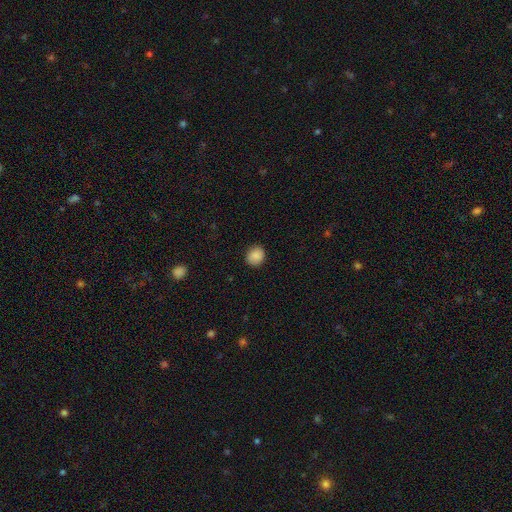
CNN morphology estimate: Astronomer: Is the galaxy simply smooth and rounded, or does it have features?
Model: smooth — 88%.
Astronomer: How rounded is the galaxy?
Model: round — 76%.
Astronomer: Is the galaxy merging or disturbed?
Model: none — 88%.